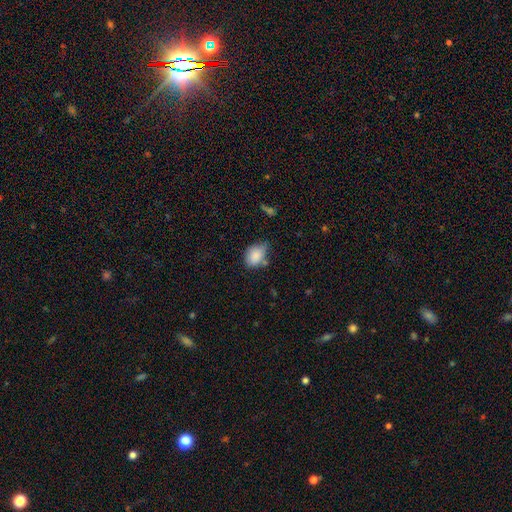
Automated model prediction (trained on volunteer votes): This appears to be a smooth galaxy with no disk features (85%) that is in between round and cigar-shaped (69%). Merging: none (47%).